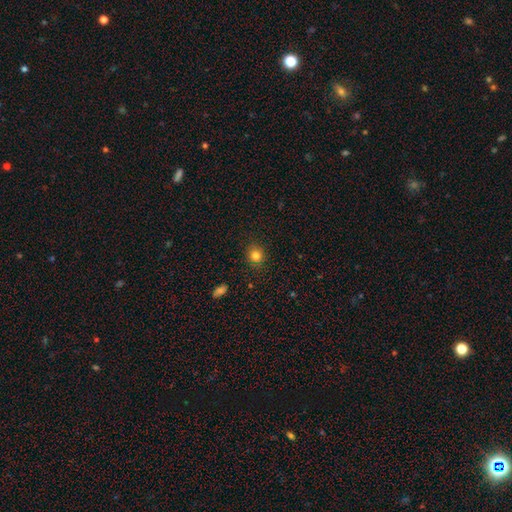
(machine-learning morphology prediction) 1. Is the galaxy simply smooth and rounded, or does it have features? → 82% smooth, 12% star or artifact, 5% featured or disk.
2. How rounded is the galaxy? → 81% round, 18% in between, 1% cigar-shaped.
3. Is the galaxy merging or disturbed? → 89% none, 7% minor disturbance, 2% major disturbance, 1% merger.